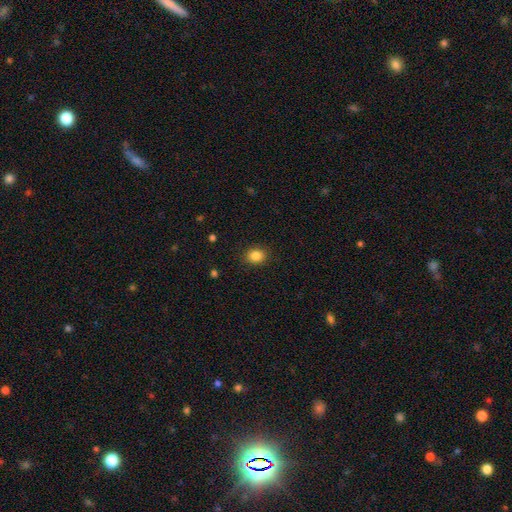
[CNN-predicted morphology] Smooth or featured: smooth — 85% (star or artifact — 10%)
How rounded: round — 54% (in between — 45%)
Merging: none — 89% (minor disturbance — 8%)